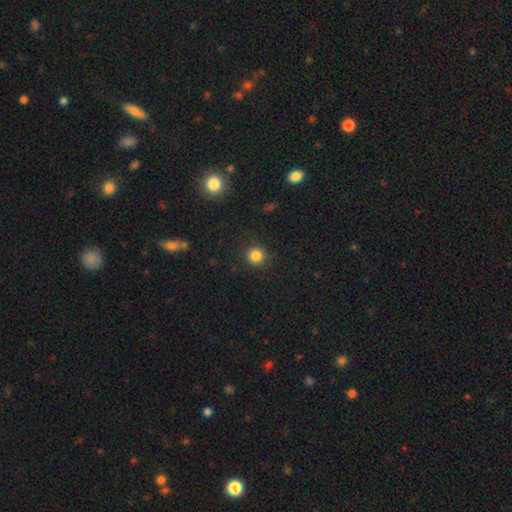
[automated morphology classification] Q: Smooth or featured?
A: smooth (84%); runner-up: star or artifact (12%)
Q: How rounded?
A: round (93%); runner-up: in between (6%)
Q: Merging?
A: none (90%); runner-up: minor disturbance (7%)